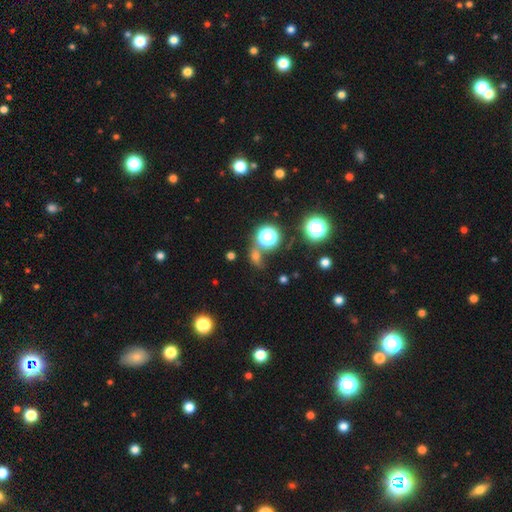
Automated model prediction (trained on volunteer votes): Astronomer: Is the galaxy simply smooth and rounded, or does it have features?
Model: smooth — 54% (runner-up: star or artifact, 35%).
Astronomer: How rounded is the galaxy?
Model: round — 54% (runner-up: in between, 42%).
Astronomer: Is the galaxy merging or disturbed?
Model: none — 59%.